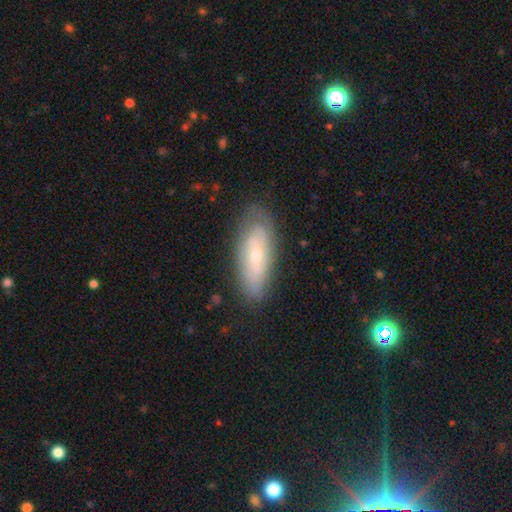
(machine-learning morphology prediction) smooth_or_featured: featured or disk (p=0.50) [alt: smooth p=0.43]
disk_edge_on: no (p=0.78) [alt: yes p=0.22]
merging: none (p=0.77) [alt: minor disturbance p=0.17]